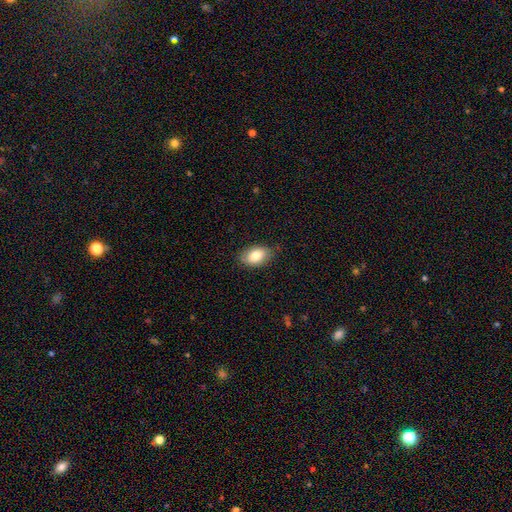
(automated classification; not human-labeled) Smooth or featured: smooth — 82% (featured or disk — 12%)
How rounded: in between — 91% (round — 8%)
Merging: none — 82% (minor disturbance — 14%)